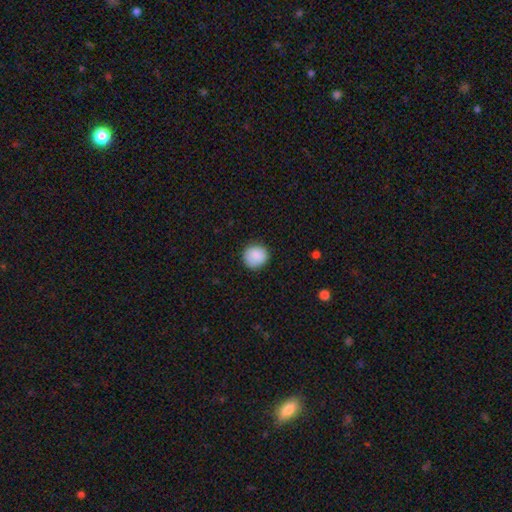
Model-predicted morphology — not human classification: This is clearly a smooth galaxy (88%). How rounded: clearly round (90%). Merging: clearly none (87%).